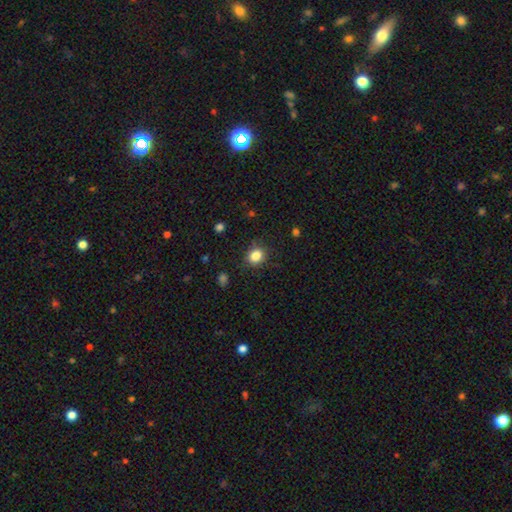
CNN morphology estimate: Smooth or featured: smooth — 84% (star or artifact — 10%)
How rounded: round — 60% (in between — 39%)
Merging: none — 84% (minor disturbance — 12%)